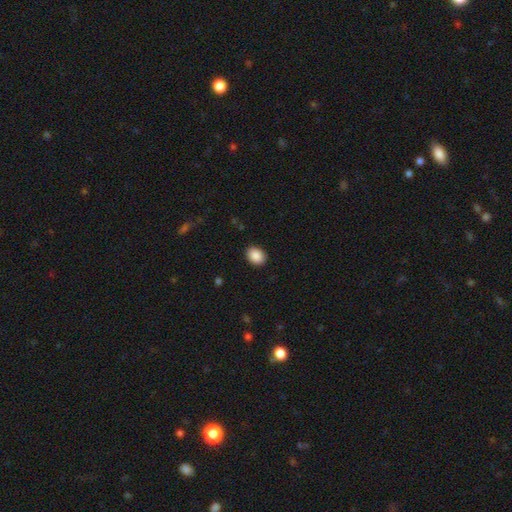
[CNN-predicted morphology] Smooth or featured?
  - smooth: 89% *
  - star or artifact: 8%
  - featured or disk: 3%
How rounded?
  - in between: 61% *
  - round: 38%
  - cigar-shaped: 1%
Merging?
  - none: 91% *
  - minor disturbance: 7%
  - major disturbance: 2%
  - merger: 1%